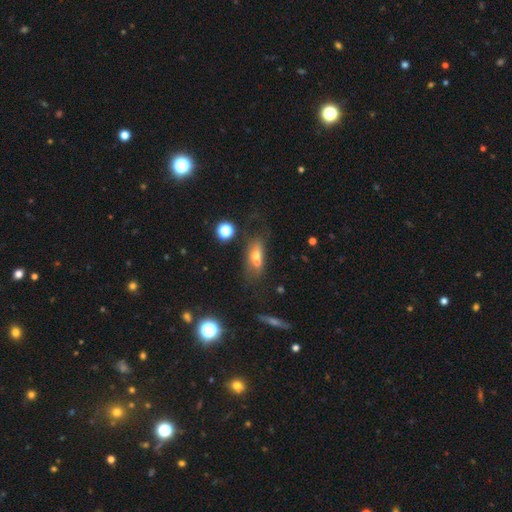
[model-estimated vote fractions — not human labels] A smooth galaxy with no disk features (56%) that is in between round and cigar-shaped (66%). Merging: merger (41%).